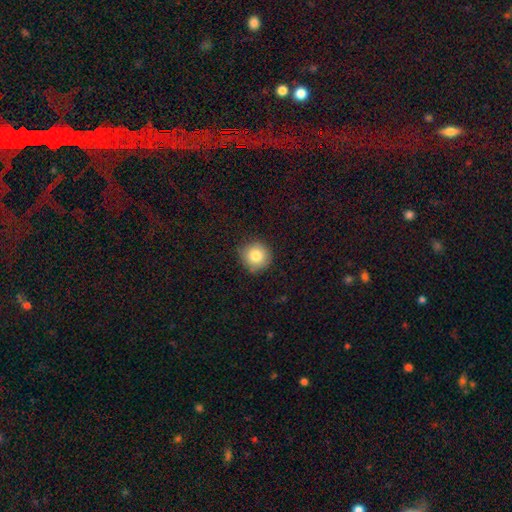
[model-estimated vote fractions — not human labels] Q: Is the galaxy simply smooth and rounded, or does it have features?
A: smooth — 81%.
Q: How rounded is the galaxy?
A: round — 94%.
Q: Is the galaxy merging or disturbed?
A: none — 84%.